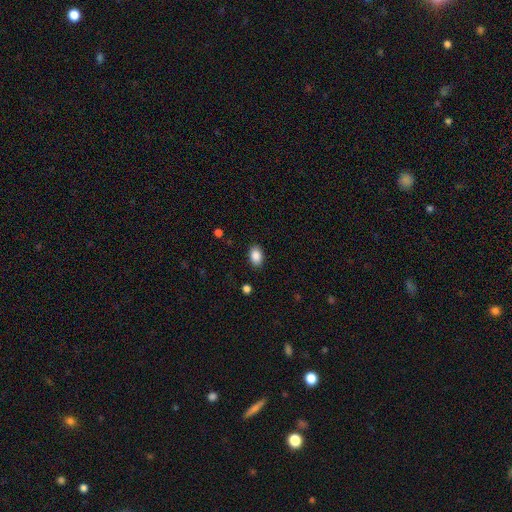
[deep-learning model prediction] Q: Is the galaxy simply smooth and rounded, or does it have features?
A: smooth — 88%.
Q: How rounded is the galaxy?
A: in between — 84%.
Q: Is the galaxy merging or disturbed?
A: none — 87%.